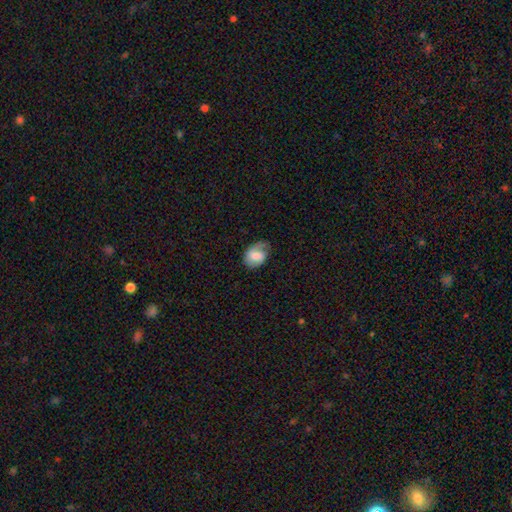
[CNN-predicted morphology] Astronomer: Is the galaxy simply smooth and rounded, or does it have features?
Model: smooth — 54% (runner-up: featured or disk, 38%).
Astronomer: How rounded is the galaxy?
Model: in between — 73%.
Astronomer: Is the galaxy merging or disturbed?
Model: none — 50% (runner-up: minor disturbance, 32%).